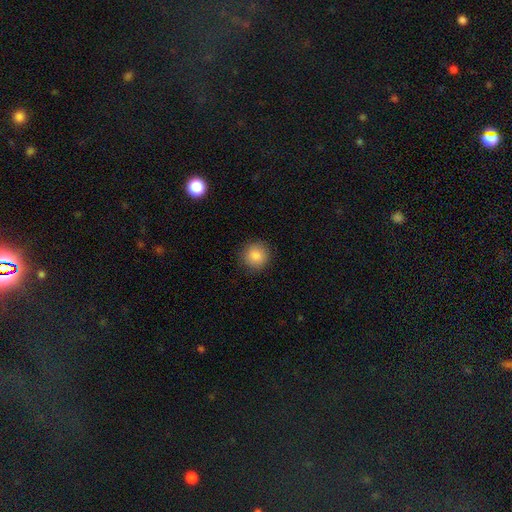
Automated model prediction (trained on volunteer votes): smooth-or-featured: smooth: 87% | star or artifact: 9% | featured or disk: 4%
  how-rounded: round: 93% | in between: 6% | cigar-shaped: 1%
  merging: none: 91% | minor disturbance: 6% | major disturbance: 2% | merger: 1%